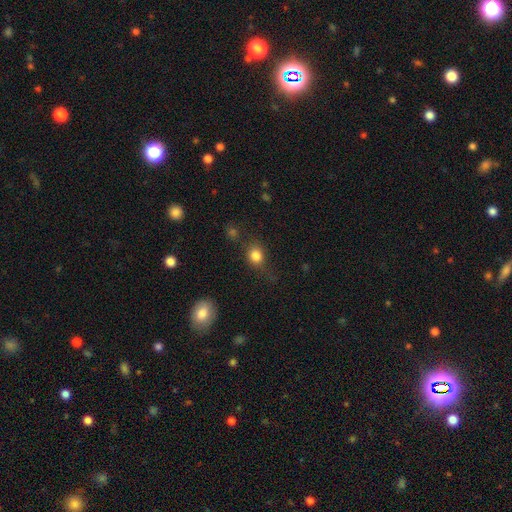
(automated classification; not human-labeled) This appears to be a smooth galaxy with no disk features (81%) that is round (70%). Merging: none (66%).